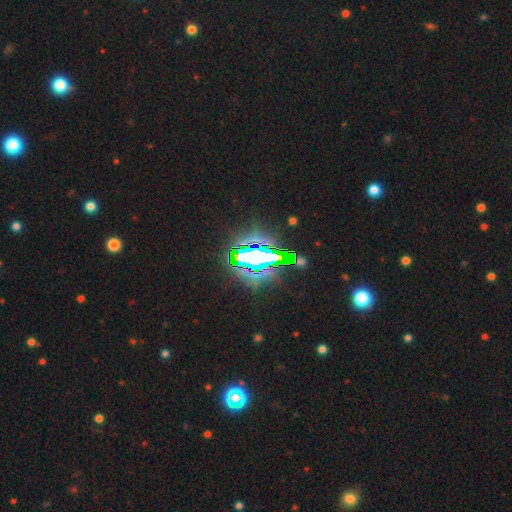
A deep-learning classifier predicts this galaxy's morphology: A star or artifact, not a galaxy (74%).

Vote fractions:
- Smooth or featured? star or artifact: 74% / featured or disk: 13% / smooth: 13%